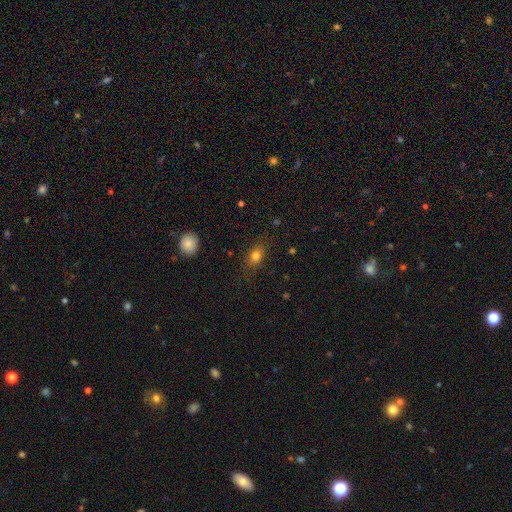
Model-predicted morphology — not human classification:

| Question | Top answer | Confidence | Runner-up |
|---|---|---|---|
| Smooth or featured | smooth | 77% | star or artifact (12%) |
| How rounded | in between | 69% | round (26%) |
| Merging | none | 78% | minor disturbance (15%) |